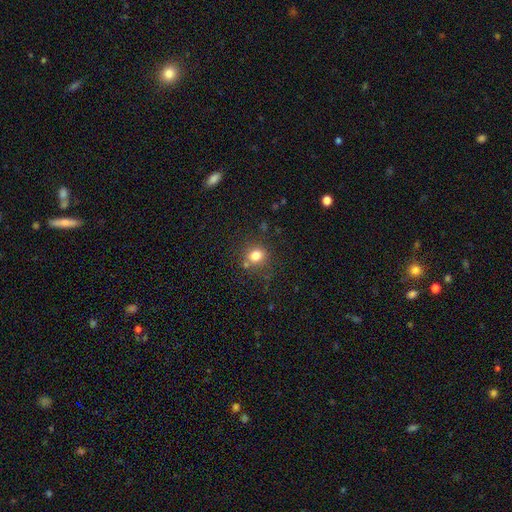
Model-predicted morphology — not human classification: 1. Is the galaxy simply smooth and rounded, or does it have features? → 78% smooth, 14% star or artifact, 8% featured or disk.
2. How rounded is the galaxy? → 74% round, 25% in between, 1% cigar-shaped.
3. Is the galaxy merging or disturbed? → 74% none, 12% minor disturbance, 9% merger, 4% major disturbance.